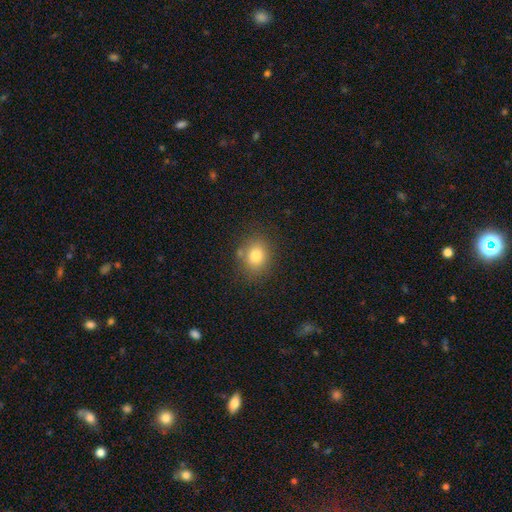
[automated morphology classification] Q: Smooth or featured?
A: smooth (79%); runner-up: star or artifact (12%)
Q: How rounded?
A: round (62%); runner-up: in between (37%)
Q: Merging?
A: none (76%); runner-up: minor disturbance (13%)